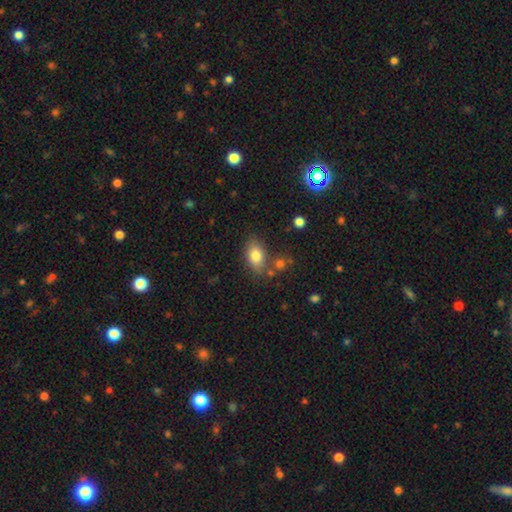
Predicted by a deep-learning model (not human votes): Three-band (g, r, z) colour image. It shows a smooth galaxy with no disk features (82%) that is in between round and cigar-shaped (86%). Merging: none (72%).